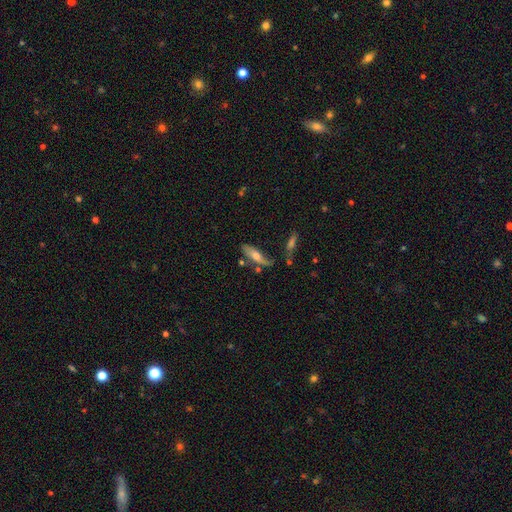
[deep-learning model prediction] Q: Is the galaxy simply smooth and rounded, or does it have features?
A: smooth — 51%.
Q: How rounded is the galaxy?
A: cigar-shaped — 50%.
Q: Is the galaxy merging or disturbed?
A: none — 50%.